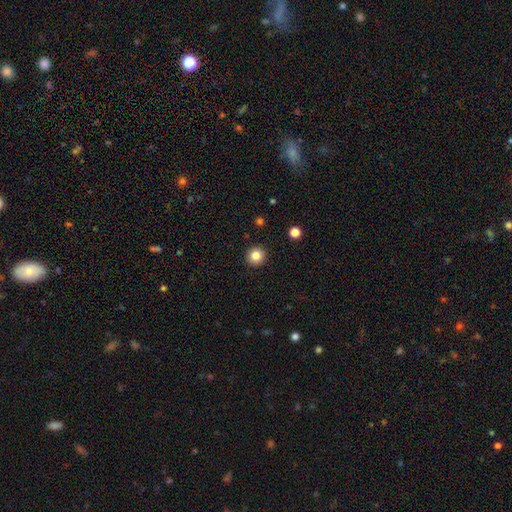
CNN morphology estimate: Q: Smooth or featured?
A: smooth (83%); runner-up: star or artifact (11%)
Q: How rounded?
A: round (94%); runner-up: in between (5%)
Q: Merging?
A: none (93%); runner-up: minor disturbance (4%)